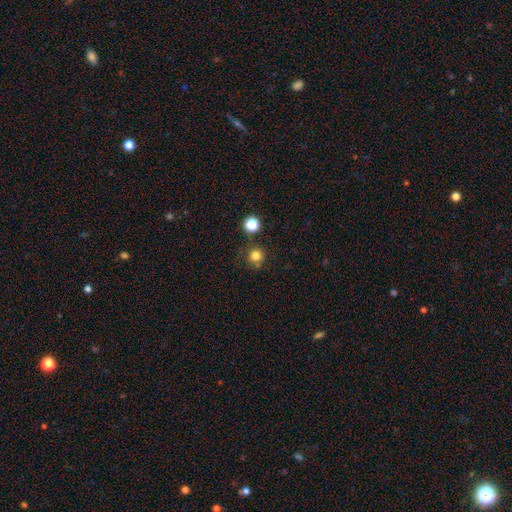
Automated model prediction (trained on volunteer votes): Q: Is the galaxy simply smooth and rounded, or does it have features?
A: smooth — 80%.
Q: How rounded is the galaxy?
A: round — 93%.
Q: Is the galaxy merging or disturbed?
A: none — 77%.